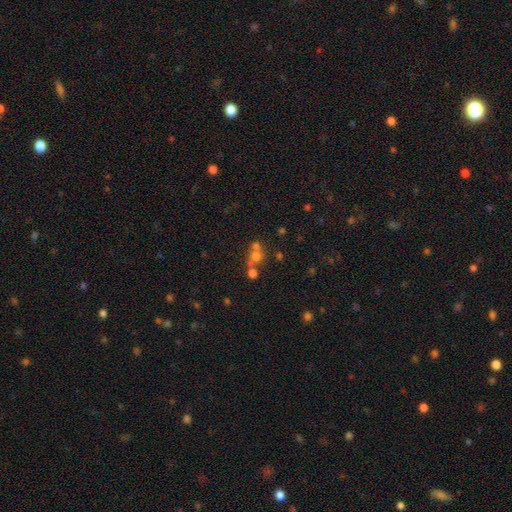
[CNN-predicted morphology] A smooth galaxy with no disk features (53%) that is round (82%). Merging: none (45%).